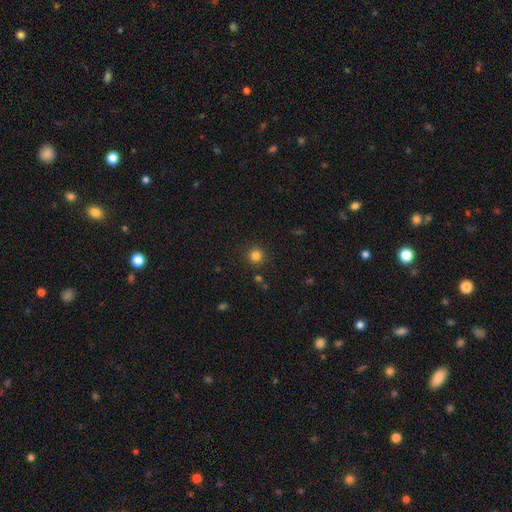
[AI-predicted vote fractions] Overall: smooth (82%). How rounded: round (94%). Merging: none (89%).